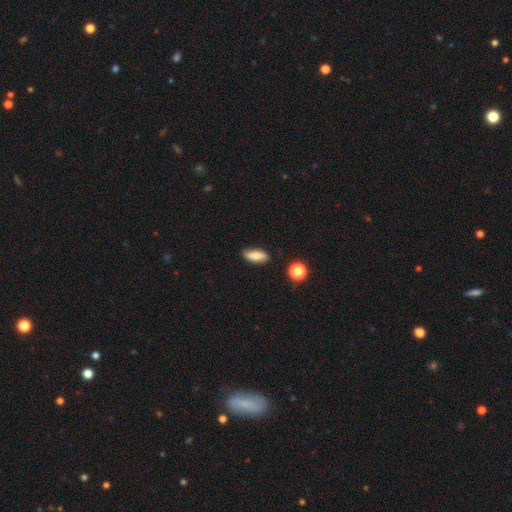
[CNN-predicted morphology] Smooth or featured: smooth — 81% (featured or disk — 11%)
How rounded: in between — 73% (cigar-shaped — 24%)
Merging: none — 81% (minor disturbance — 14%)